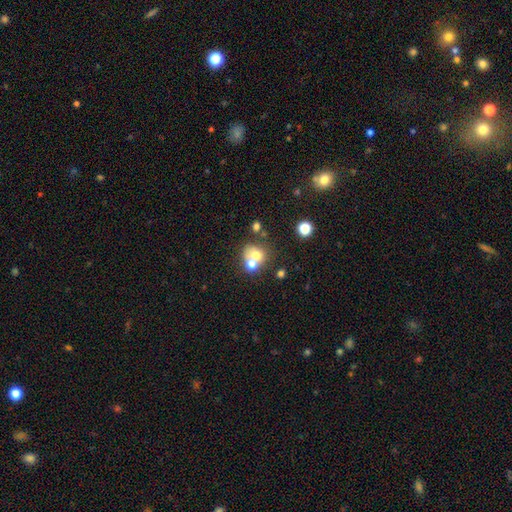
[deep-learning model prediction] The model was most divided on "merging": merger: 54%, none: 35%, minor disturbance: 8%, major disturbance: 4%. More confident: how rounded — round (74%); smooth or featured — smooth (65%).